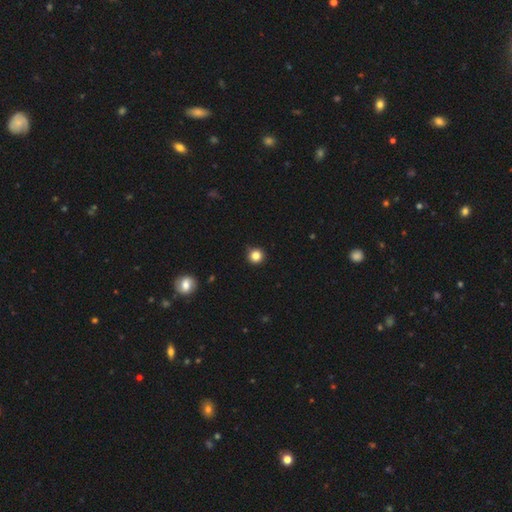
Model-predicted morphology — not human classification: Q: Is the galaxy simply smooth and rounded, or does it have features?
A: smooth — 83%.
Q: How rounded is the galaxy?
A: round — 95%.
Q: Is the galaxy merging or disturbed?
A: none — 89%.